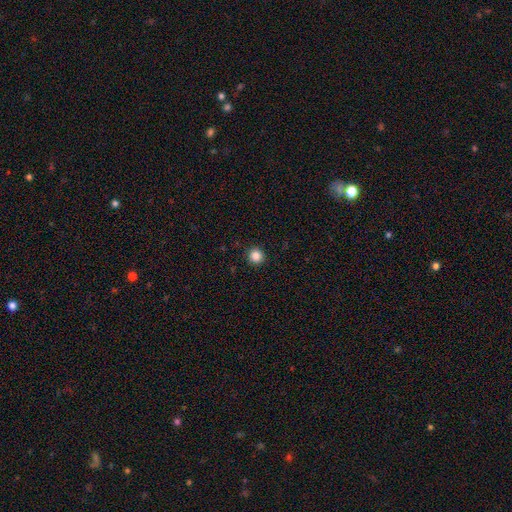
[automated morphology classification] smooth_or_featured: smooth (p=0.86) [alt: star or artifact p=0.11]
how_rounded: round (p=0.95) [alt: in between p=0.04]
merging: none (p=0.93) [alt: minor disturbance p=0.05]